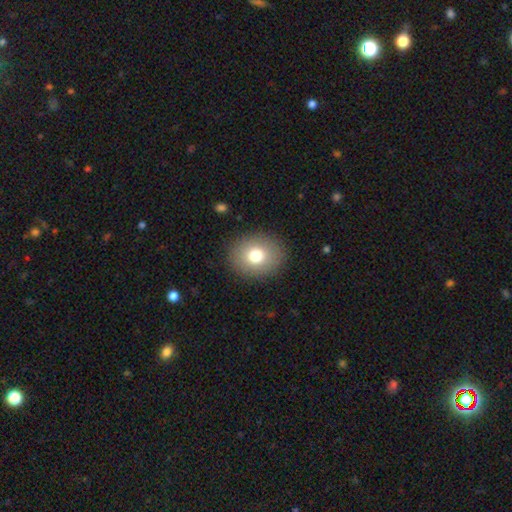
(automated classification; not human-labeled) Smooth or featured: smooth — 77% (featured or disk — 13%)
How rounded: round — 61% (in between — 38%)
Merging: none — 89% (minor disturbance — 7%)